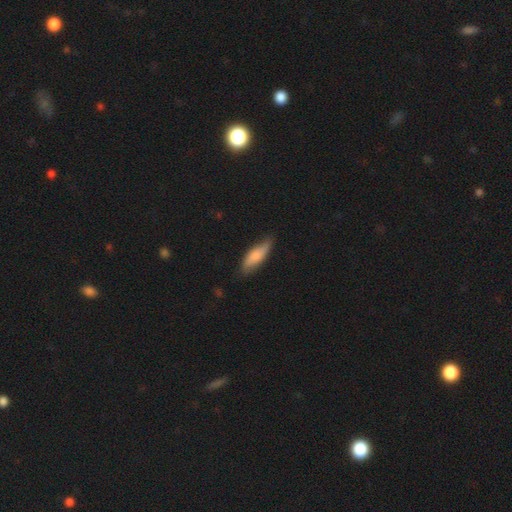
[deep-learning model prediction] Overall: smooth (69%). How rounded: in between (51%; cigar-shaped 47%). Merging: none (70%).